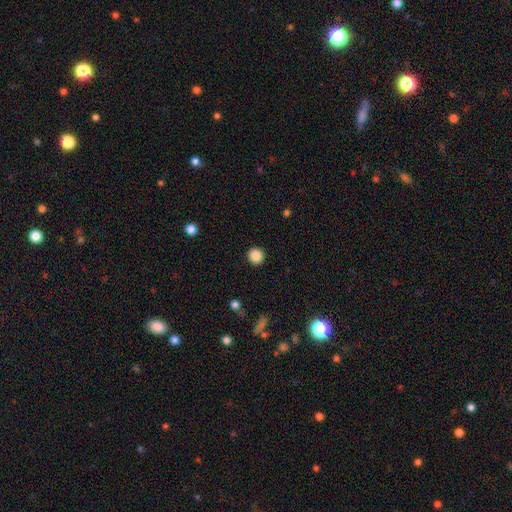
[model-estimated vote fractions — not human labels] smooth-or-featured: smooth: 87% | star or artifact: 10% | featured or disk: 3%
  how-rounded: round: 94% | in between: 5% | cigar-shaped: 1%
  merging: none: 92% | minor disturbance: 5% | major disturbance: 2% | merger: 1%